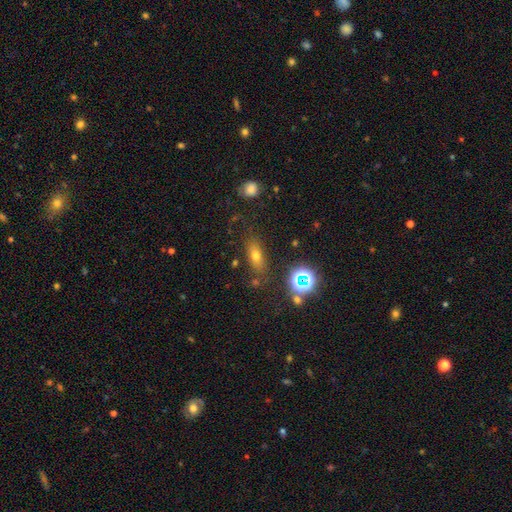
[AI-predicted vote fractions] This appears to be a smooth galaxy with no disk features (58%) that is in between round and cigar-shaped (63%). Merging: none (77%).